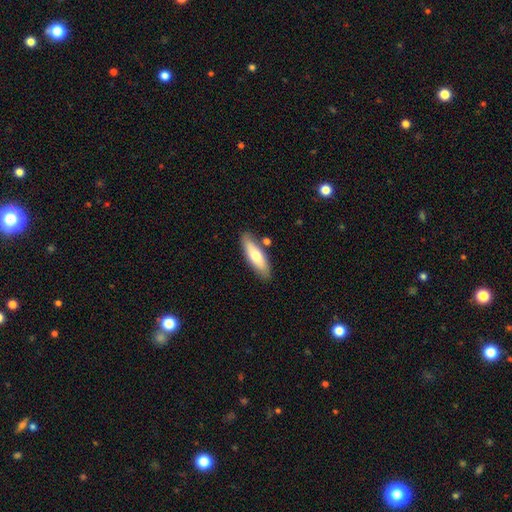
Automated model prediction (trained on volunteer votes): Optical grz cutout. It shows a smooth galaxy with no disk features (66%) that is in between round and cigar-shaped (52%). Merging: none (79%).